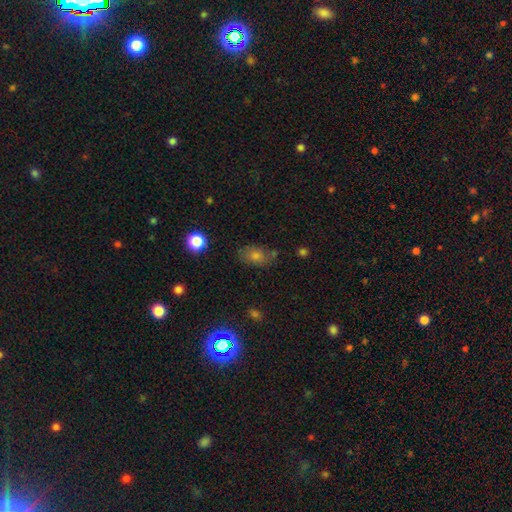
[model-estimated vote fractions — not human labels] A smooth galaxy with no disk features (69%) that is in between round and cigar-shaped (78%). Merging: none (71%).